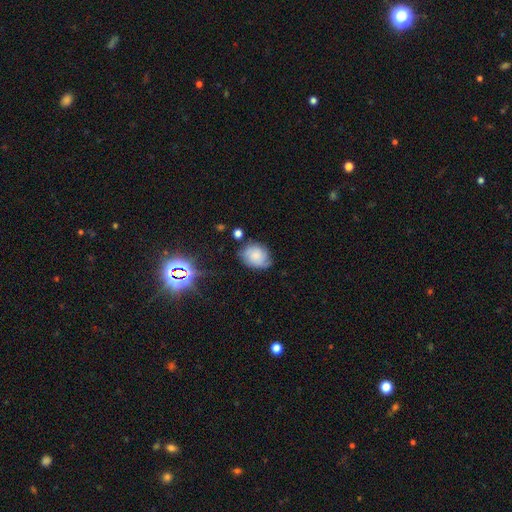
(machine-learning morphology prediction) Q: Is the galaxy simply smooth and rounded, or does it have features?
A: smooth — 68%.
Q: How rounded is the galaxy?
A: in between — 57%.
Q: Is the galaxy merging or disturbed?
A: none — 63%.